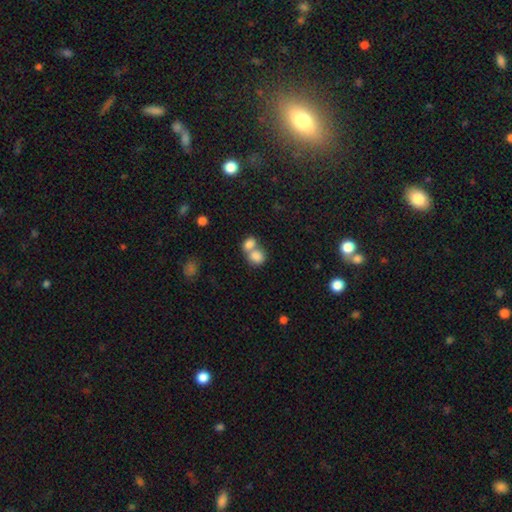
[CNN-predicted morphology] smooth-or-featured: smooth: 81% | featured or disk: 10% | star or artifact: 9%
  how-rounded: round: 53% | in between: 46% | cigar-shaped: 1%
  merging: merger: 64% | none: 26% | minor disturbance: 6% | major disturbance: 3%